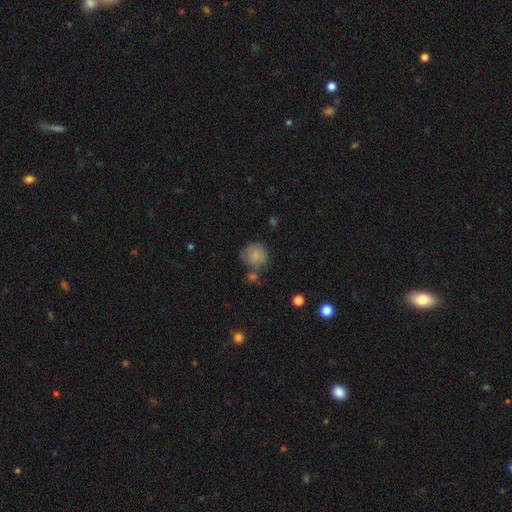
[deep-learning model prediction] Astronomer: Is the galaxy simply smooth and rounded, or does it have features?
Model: smooth — 73%.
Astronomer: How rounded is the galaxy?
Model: round — 85%.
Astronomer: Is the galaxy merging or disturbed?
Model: none — 51%.